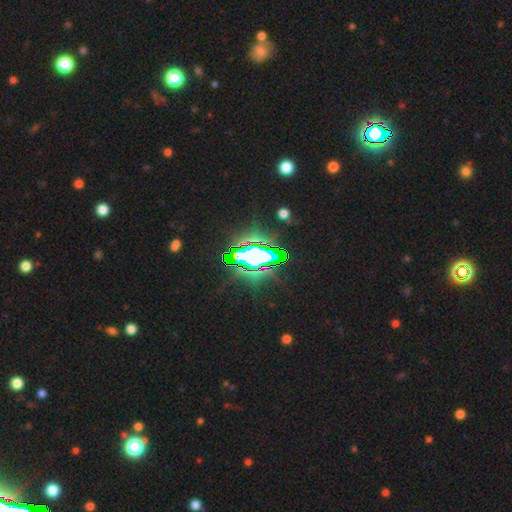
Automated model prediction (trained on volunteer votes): Smooth or featured? star or artifact (69%)